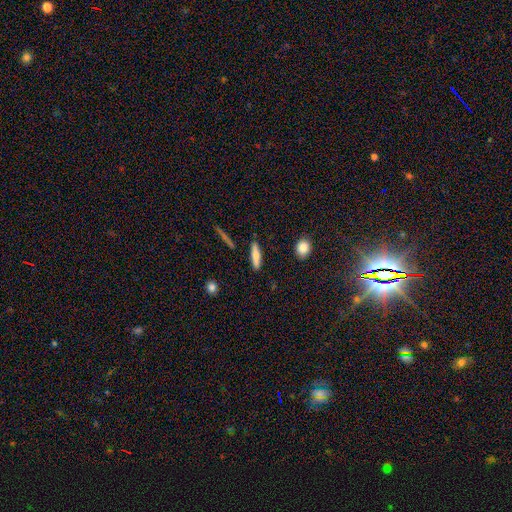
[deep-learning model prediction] smooth-or-featured: smooth: 69% | featured or disk: 24% | star or artifact: 7%
  how-rounded: cigar-shaped: 69% | in between: 28% | round: 3%
  merging: none: 88% | minor disturbance: 8% | merger: 2% | major disturbance: 2%